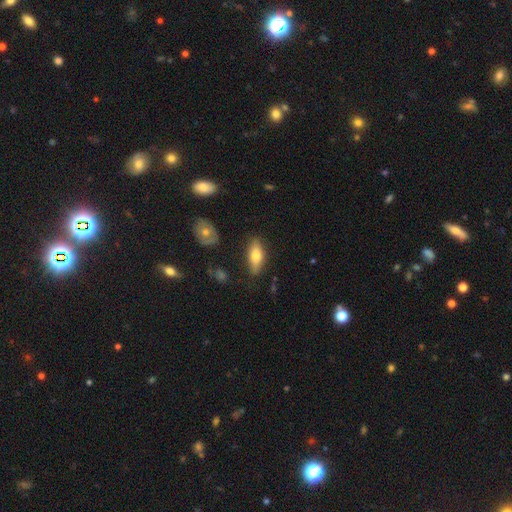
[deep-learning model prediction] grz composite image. It shows a smooth galaxy with no disk features (71%) that is in between round and cigar-shaped (70%). Merging: none (80%).